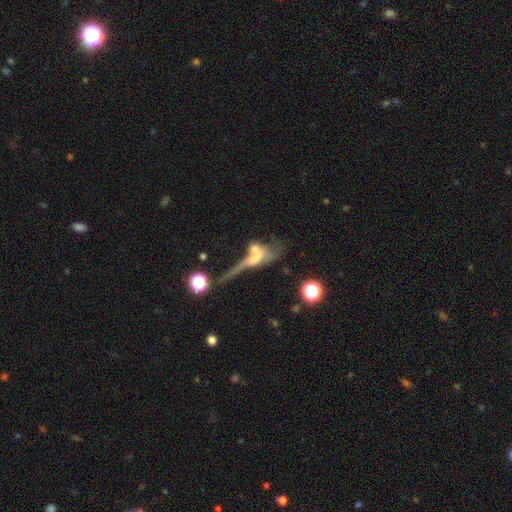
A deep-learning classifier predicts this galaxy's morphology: Smooth or featured? featured or disk (53%)
Edge-on disk? no (56%)
Merging? merger (44%)